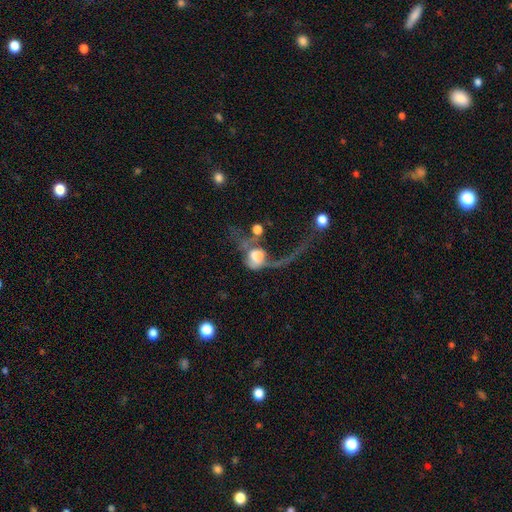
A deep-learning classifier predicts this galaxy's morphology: Smooth or featured?
  - featured or disk: 48% *
  - smooth: 42%
  - star or artifact: 10%
Merging?
  - major disturbance: 56% *
  - merger: 25%
  - none: 12%
  - minor disturbance: 8%